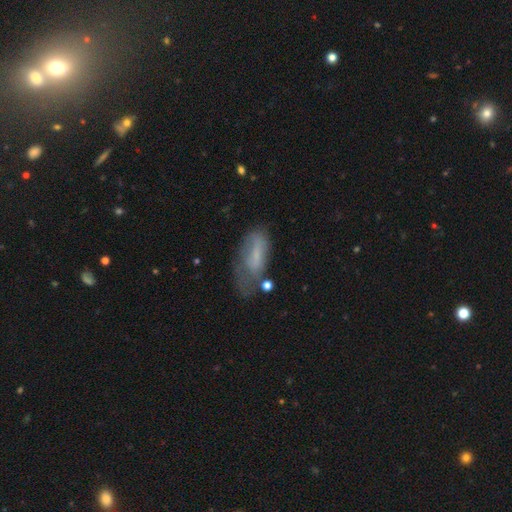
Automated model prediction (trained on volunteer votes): Smooth or featured? smooth (57%)
How rounded? in between (75%)
Merging? none (35%)